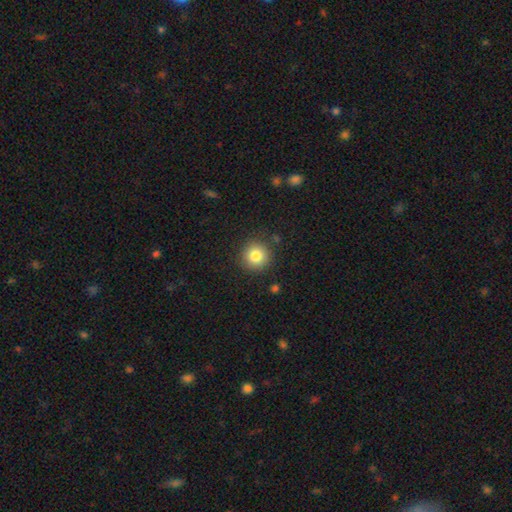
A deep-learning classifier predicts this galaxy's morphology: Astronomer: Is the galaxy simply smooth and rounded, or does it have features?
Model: smooth — 82%.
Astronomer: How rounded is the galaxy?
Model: round — 94%.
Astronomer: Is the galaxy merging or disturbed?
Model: none — 87%.